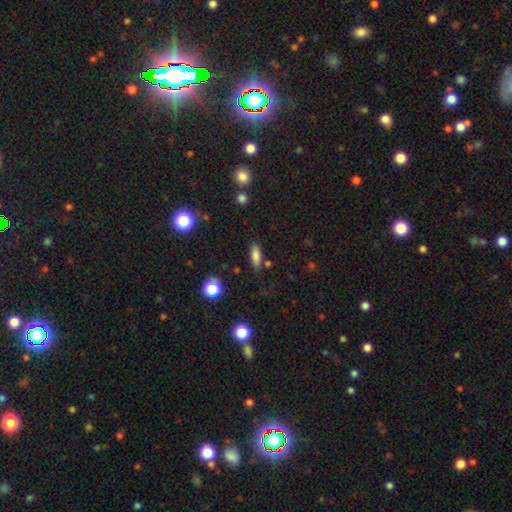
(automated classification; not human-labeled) smooth_or_featured: smooth (p=0.79) [alt: star or artifact p=0.10]
how_rounded: in between (p=0.61) [alt: cigar-shaped p=0.36]
merging: none (p=0.79) [alt: minor disturbance p=0.13]